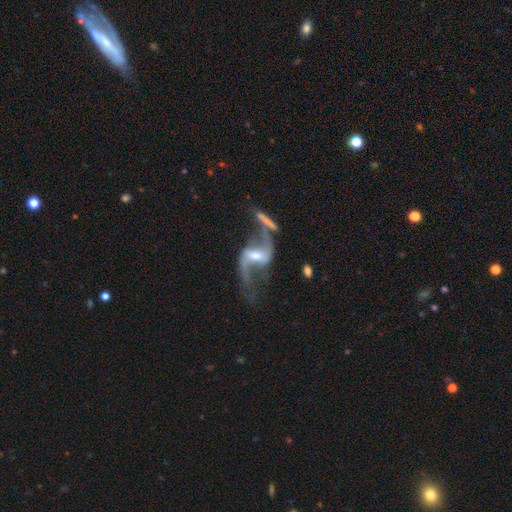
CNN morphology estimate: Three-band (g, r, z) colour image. It shows a featured or disk galaxy (88%) with a weak bar (41%, tied with strong), 2 (91%) loose (86%) spiral arms (94%) and a moderate central bulge (53%). Merging: none (50%).